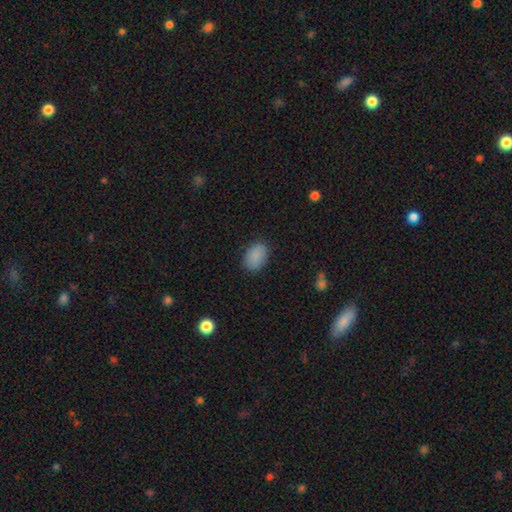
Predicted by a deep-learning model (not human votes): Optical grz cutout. It shows a smooth galaxy with no disk features (87%) that is in between round and cigar-shaped (81%). Merging: none (84%).